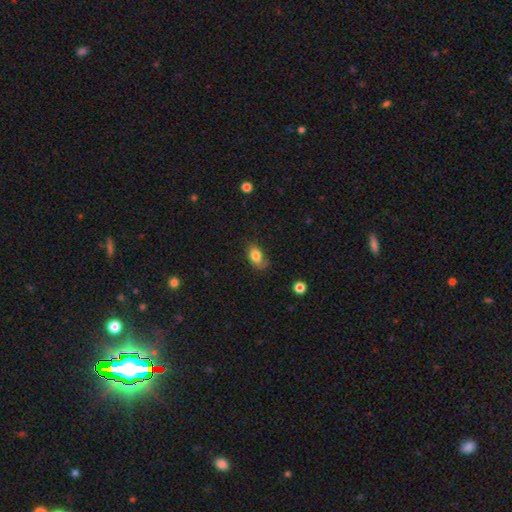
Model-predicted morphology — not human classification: This is likely a smooth galaxy (78%). How rounded: clearly in between (85%). Merging: possibly none (57%).